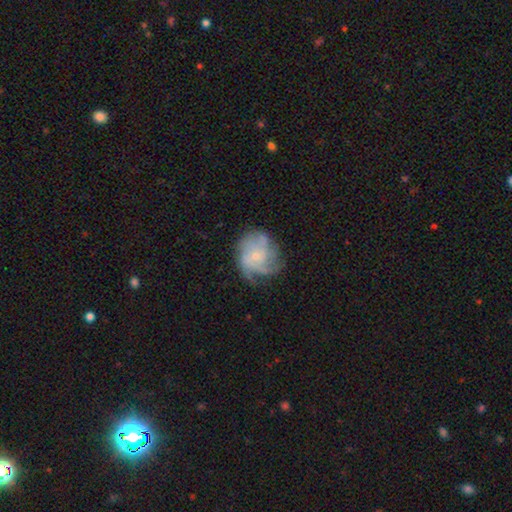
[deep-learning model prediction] featured or disk 68%, smooth 24%, star or artifact 9%. Down the decision tree: edge-on disk — no (98%); bar — no (80%); spiral arms — yes (85%); spiral arm count — can't tell (31%); spiral winding — medium (41%); bulge size — small (75%); merging — none (56%).